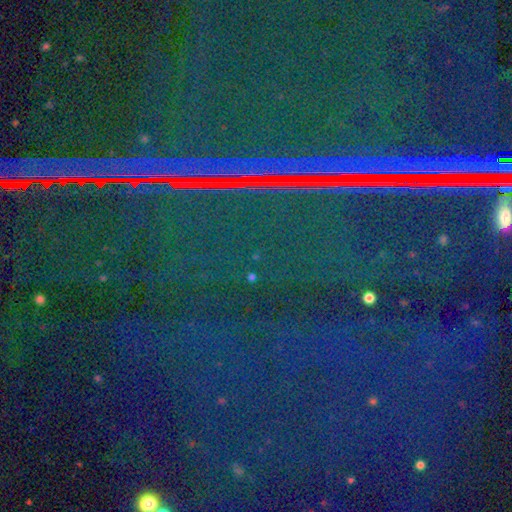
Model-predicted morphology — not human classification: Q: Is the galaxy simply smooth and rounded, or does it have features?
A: star or artifact — 86%.